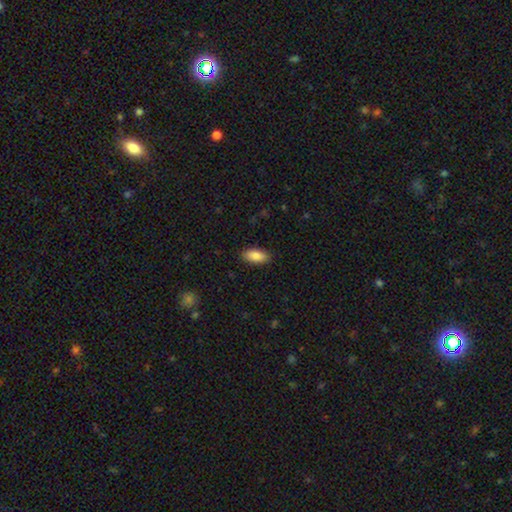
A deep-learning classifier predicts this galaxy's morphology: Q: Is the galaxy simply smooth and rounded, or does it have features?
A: smooth — 86%.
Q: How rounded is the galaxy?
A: in between — 89%.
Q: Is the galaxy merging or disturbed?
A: none — 88%.